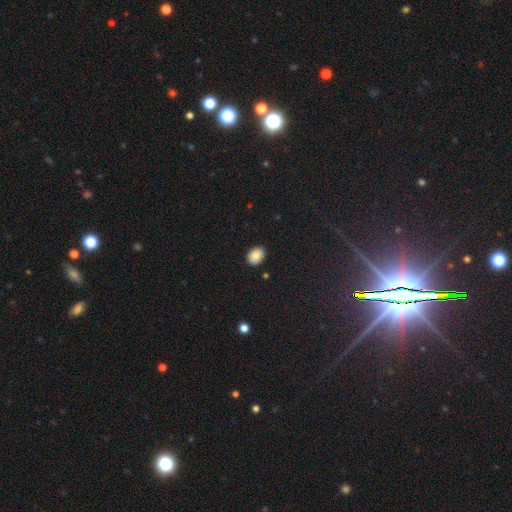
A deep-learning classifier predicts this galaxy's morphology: This is clearly a smooth galaxy (83%). How rounded: likely in between (60%). Merging: clearly none (89%).